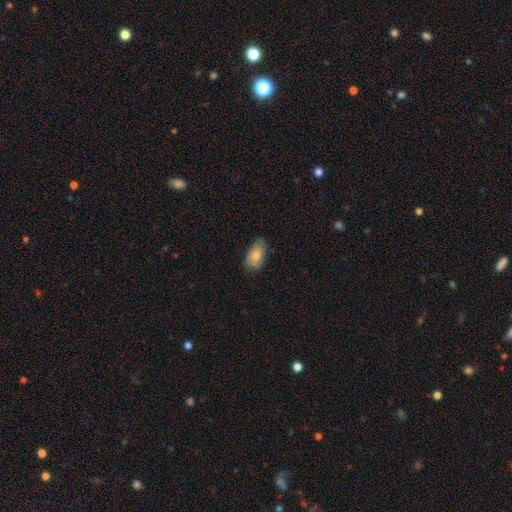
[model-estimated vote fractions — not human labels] Smooth or featured?
  - smooth: 73% *
  - featured or disk: 20%
  - star or artifact: 7%
How rounded?
  - in between: 92% *
  - round: 6%
  - cigar-shaped: 2%
Merging?
  - none: 64% *
  - minor disturbance: 29%
  - major disturbance: 6%
  - merger: 1%